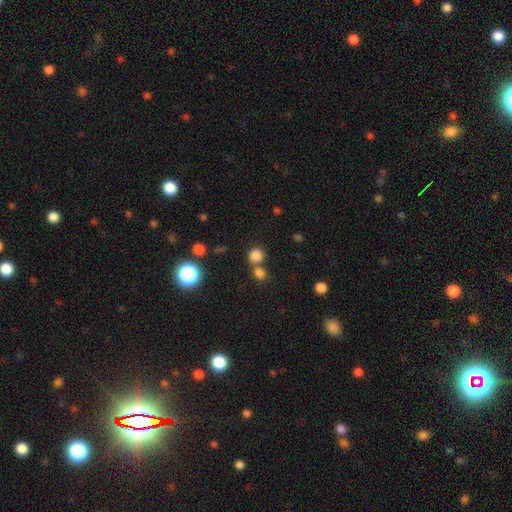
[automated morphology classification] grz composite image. It shows a smooth galaxy with no disk features (79%) that is round (87%). Merging: none (59%).